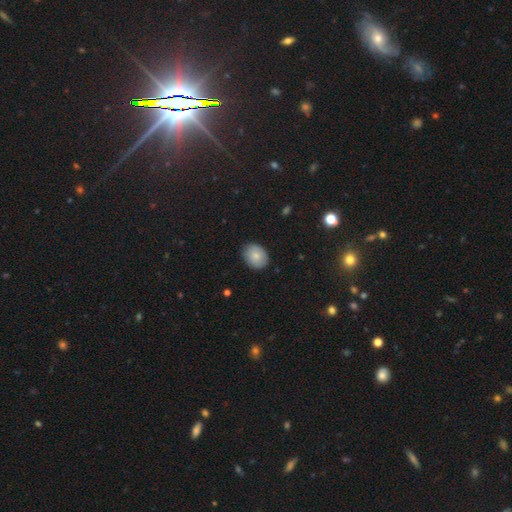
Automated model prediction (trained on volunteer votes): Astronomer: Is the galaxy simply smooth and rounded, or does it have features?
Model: smooth — 81%.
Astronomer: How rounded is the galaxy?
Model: in between — 59% (runner-up: round, 40%).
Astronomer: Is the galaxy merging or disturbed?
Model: none — 83%.